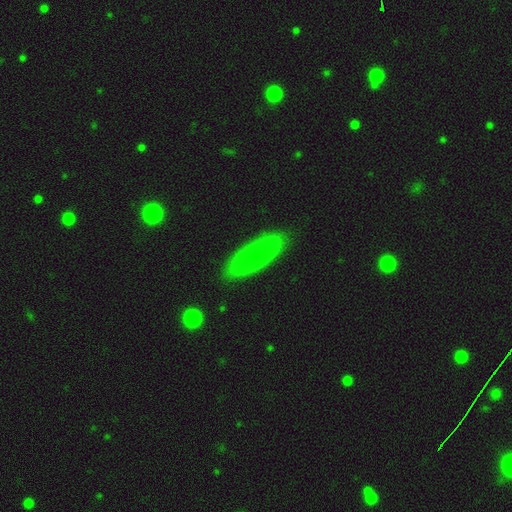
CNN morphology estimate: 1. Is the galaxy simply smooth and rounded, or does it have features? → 63% smooth, 30% featured or disk, 7% star or artifact.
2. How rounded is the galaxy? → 57% in between, 40% cigar-shaped, 3% round.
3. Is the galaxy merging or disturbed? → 85% none, 11% minor disturbance, 2% major disturbance, 1% merger.